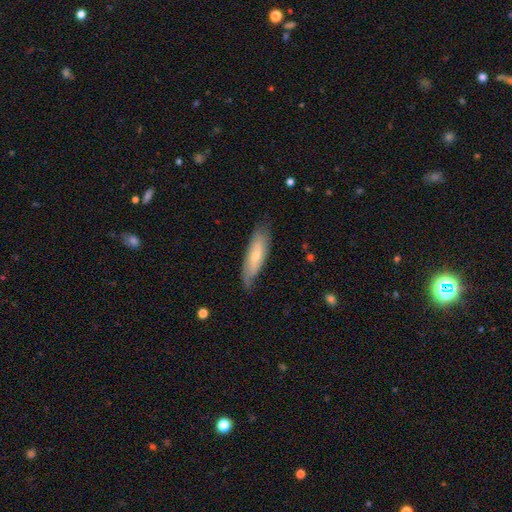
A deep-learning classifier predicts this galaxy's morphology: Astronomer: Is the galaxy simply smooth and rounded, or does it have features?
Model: smooth — 51% (runner-up: featured or disk, 43%).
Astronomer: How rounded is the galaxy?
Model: cigar-shaped — 57% (runner-up: in between, 42%).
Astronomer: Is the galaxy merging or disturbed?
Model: none — 71%.